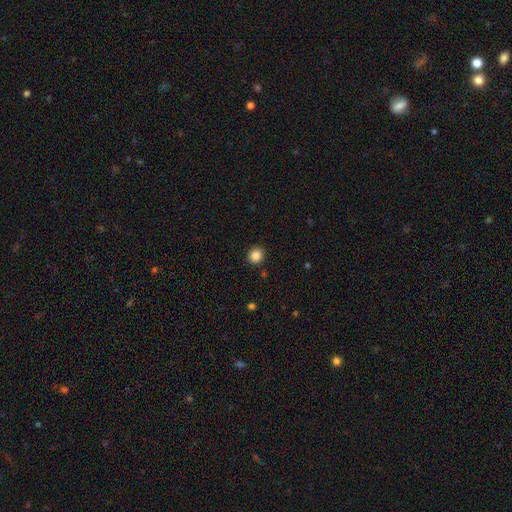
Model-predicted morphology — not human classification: This appears to be a smooth galaxy with no disk features (85%) that is round (90%). Merging: none (91%).